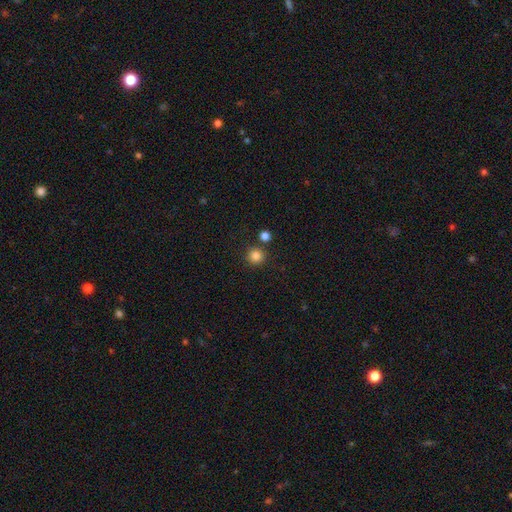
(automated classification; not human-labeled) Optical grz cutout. It shows a smooth galaxy with no disk features (84%) that is round (95%). Merging: none (85%).